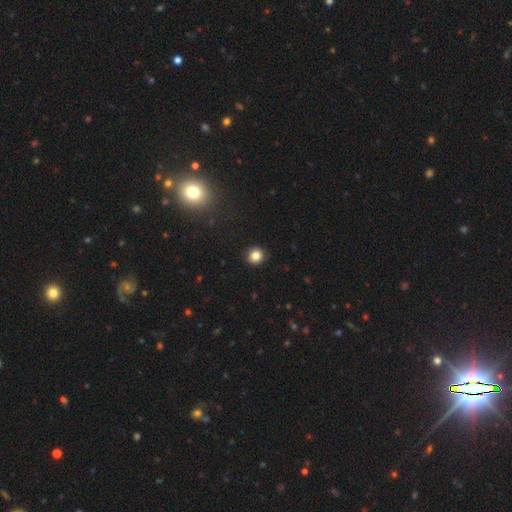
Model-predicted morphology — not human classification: This appears to be a smooth galaxy with no disk features (83%) that is round (91%). Merging: none (92%).